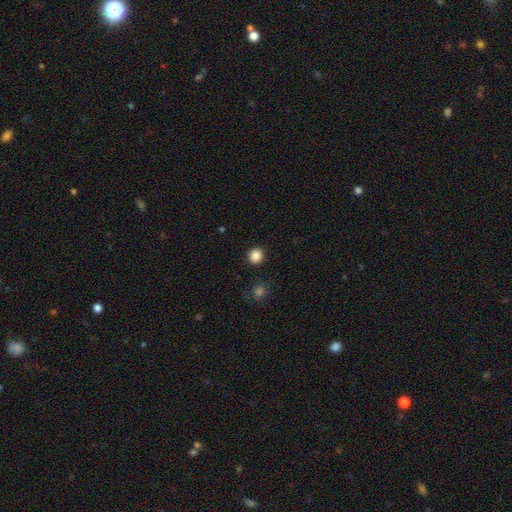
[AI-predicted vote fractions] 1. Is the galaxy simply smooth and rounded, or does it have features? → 86% smooth, 11% star or artifact, 3% featured or disk.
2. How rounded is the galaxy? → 92% round, 7% in between, 1% cigar-shaped.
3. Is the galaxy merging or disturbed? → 92% none, 5% minor disturbance, 2% major disturbance, 2% merger.